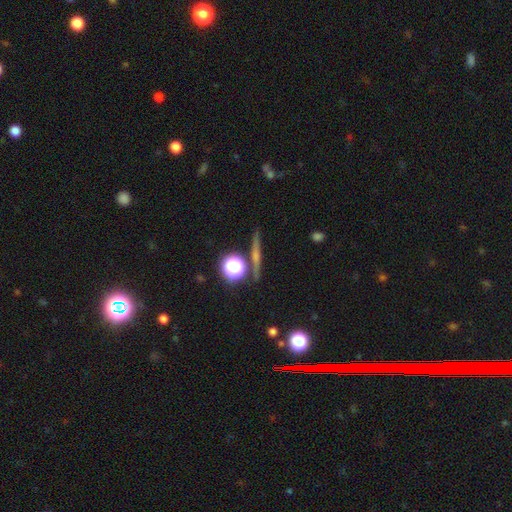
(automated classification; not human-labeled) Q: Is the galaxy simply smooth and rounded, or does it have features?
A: featured or disk — 50%.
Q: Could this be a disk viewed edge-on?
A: yes — 93%.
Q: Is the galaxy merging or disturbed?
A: none — 86%.